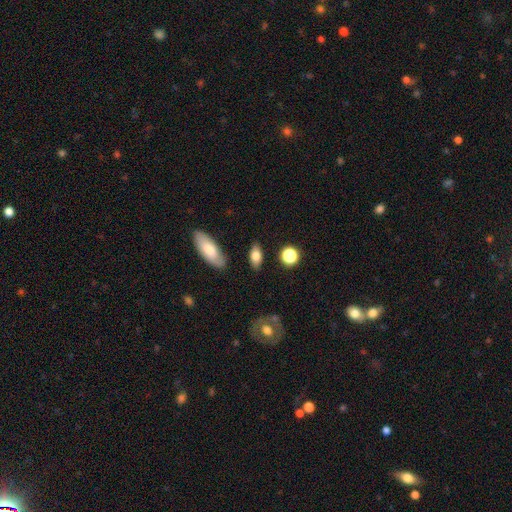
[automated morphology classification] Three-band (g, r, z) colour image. It shows a smooth galaxy with no disk features (78%) that is in between round and cigar-shaped (85%). Merging: none (83%).